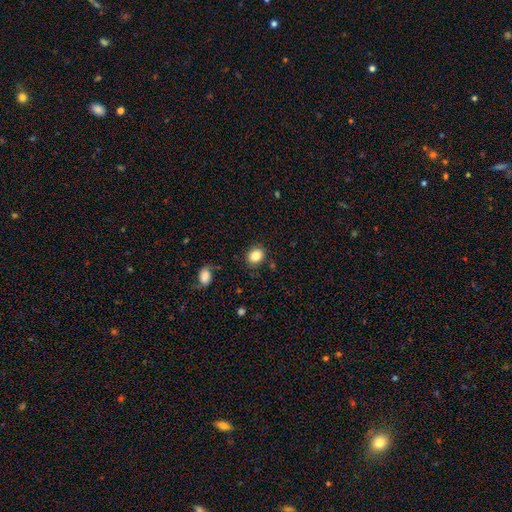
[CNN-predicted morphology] This is clearly a smooth galaxy (84%). How rounded: likely round (62%). Merging: clearly none (85%).